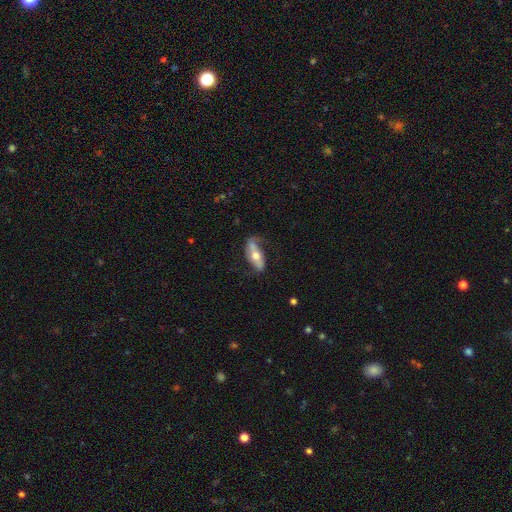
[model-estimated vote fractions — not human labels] Morphology: type=featured or disk (58%); edge-on=no (73%); merging=none (61%).